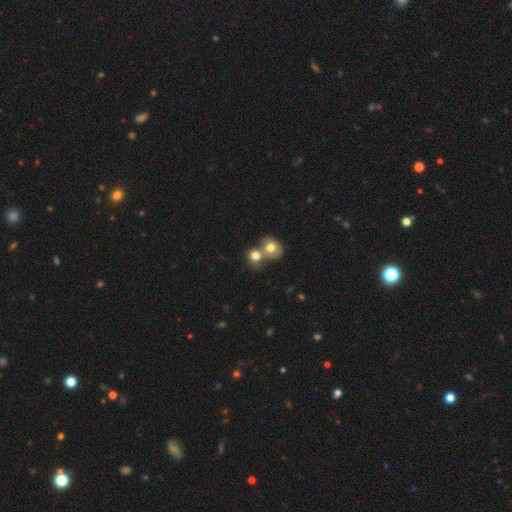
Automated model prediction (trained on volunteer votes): The model was most divided on "merging": merger: 60%, none: 30%, minor disturbance: 6%, major disturbance: 3%. More confident: how rounded — round (78%); smooth or featured — smooth (76%).